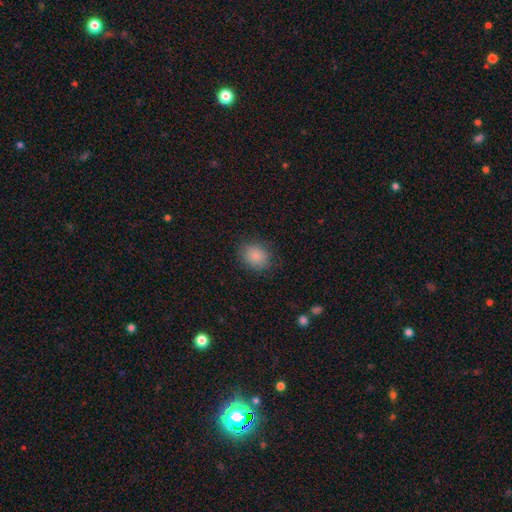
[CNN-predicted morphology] A smooth galaxy with no disk features (86%) that is round (59%). Merging: none (85%).